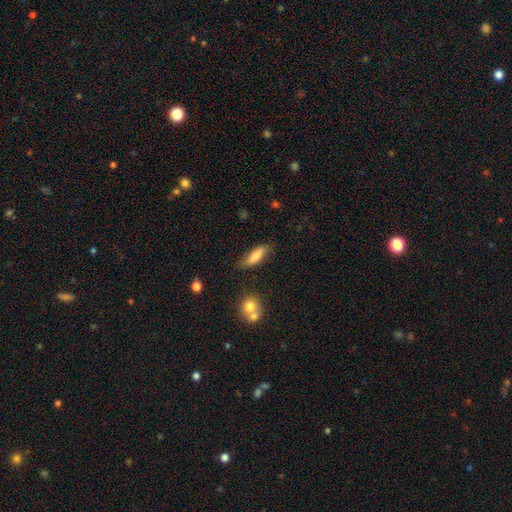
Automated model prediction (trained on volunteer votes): smooth-or-featured: smooth: 73% | featured or disk: 21% | star or artifact: 7%
  how-rounded: in between: 56% | cigar-shaped: 41% | round: 3%
  merging: none: 70% | minor disturbance: 21% | major disturbance: 5% | merger: 3%